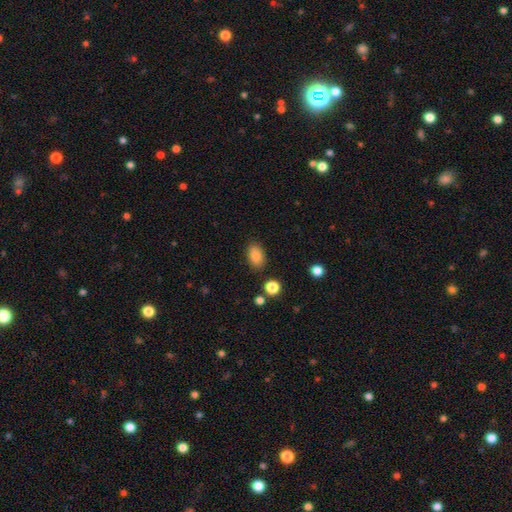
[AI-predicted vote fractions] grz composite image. It shows a smooth galaxy with no disk features (86%) that is in between round and cigar-shaped (87%). Merging: none (85%).